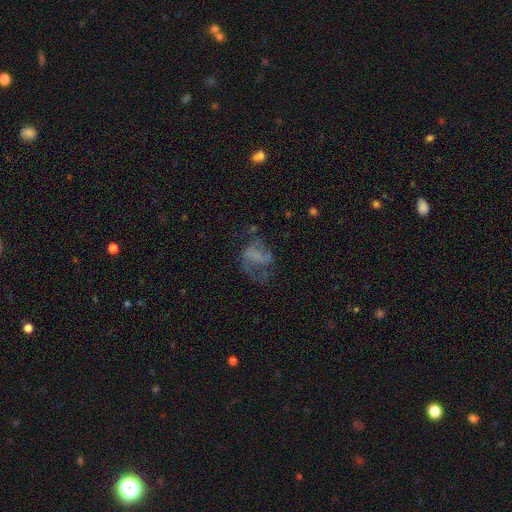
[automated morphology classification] Smooth or featured: featured or disk — 56% (smooth — 29%)
Edge-on disk: no — 98% (yes — 2%)
Bar: no — 62% (weak — 29%)
Spiral arms: yes — 58% (no — 42%)
Bulge size: none — 68% (small — 17%)
Merging: none — 39% (major disturbance — 37%)